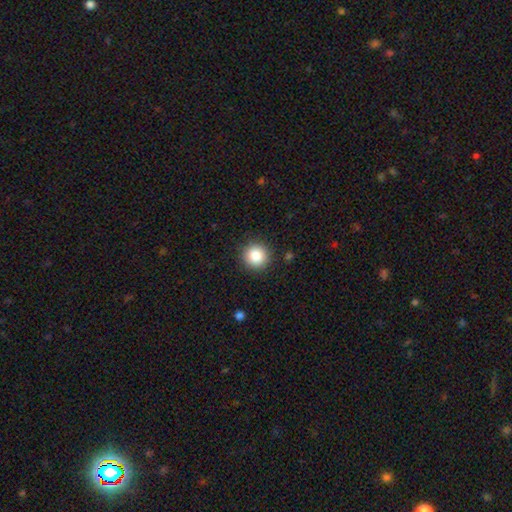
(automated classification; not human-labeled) Smooth or featured? smooth (85%)
How rounded? round (94%)
Merging? none (90%)